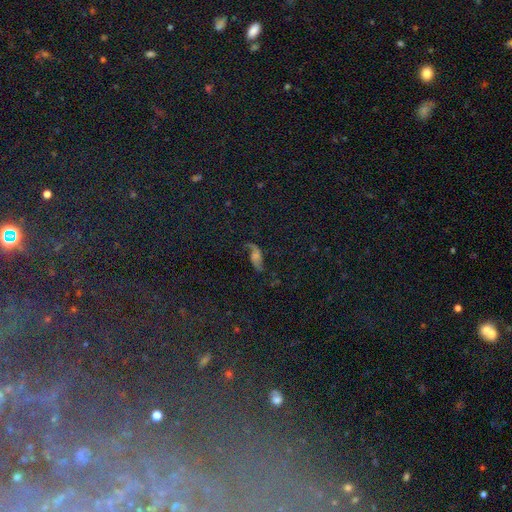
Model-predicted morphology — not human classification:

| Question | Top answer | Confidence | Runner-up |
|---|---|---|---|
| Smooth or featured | featured or disk | 51% | star or artifact (24%) |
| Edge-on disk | no | 81% | yes (19%) |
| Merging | none | 66% | minor disturbance (18%) |